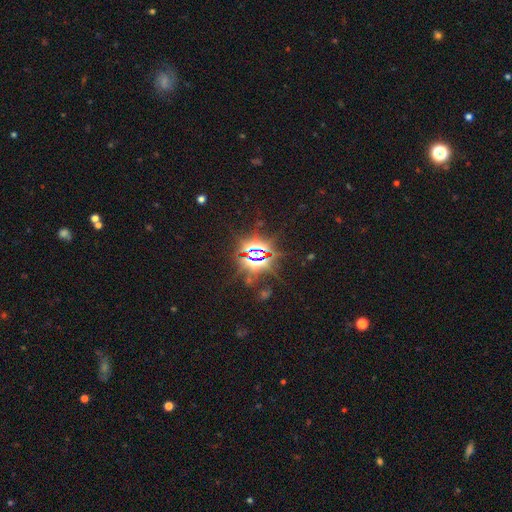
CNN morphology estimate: Overall: star or artifact (85%).